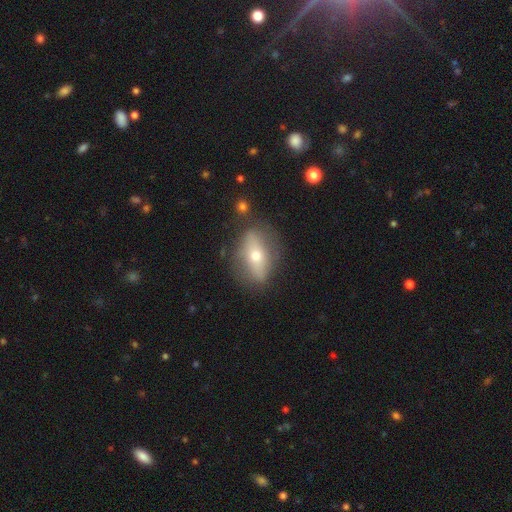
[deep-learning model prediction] Q: Smooth or featured?
A: featured or disk (51%); runner-up: smooth (41%)
Q: Edge-on disk?
A: no (54%); runner-up: yes (46%)
Q: Merging?
A: none (76%); runner-up: minor disturbance (15%)